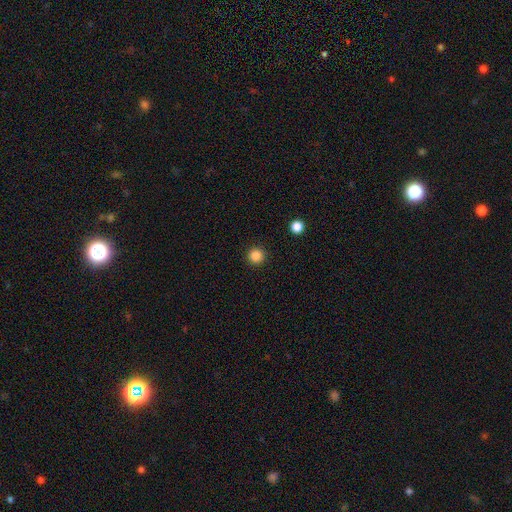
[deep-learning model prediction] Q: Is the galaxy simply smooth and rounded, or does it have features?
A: smooth — 86%.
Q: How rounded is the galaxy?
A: round — 96%.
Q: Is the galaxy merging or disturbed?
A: none — 93%.